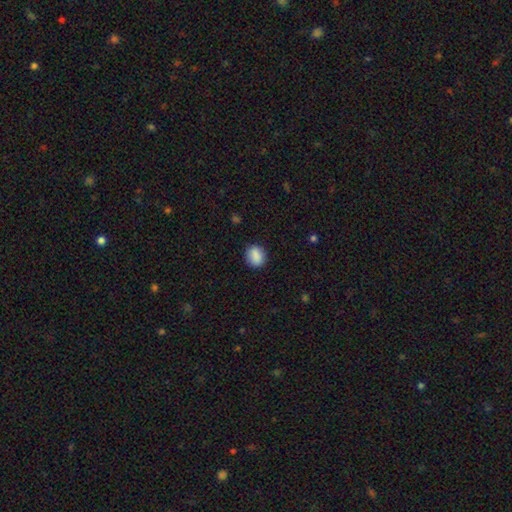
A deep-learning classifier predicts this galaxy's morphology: Smooth or featured? Predicted: smooth (p=0.88). How rounded? Predicted: round (p=0.56). Merging? Predicted: none (p=0.86).